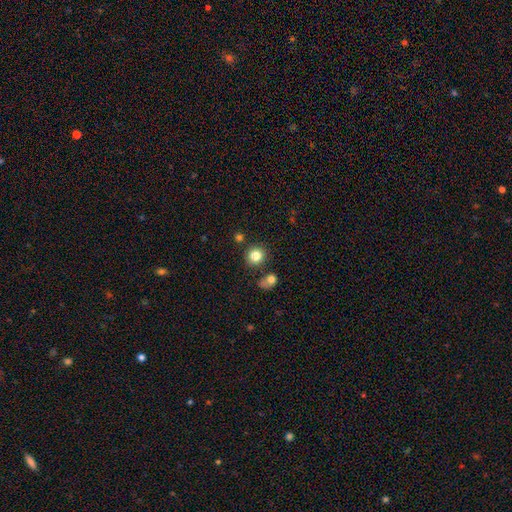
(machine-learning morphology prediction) A smooth galaxy with no disk features (82%) that is round (88%). Merging: none (79%).